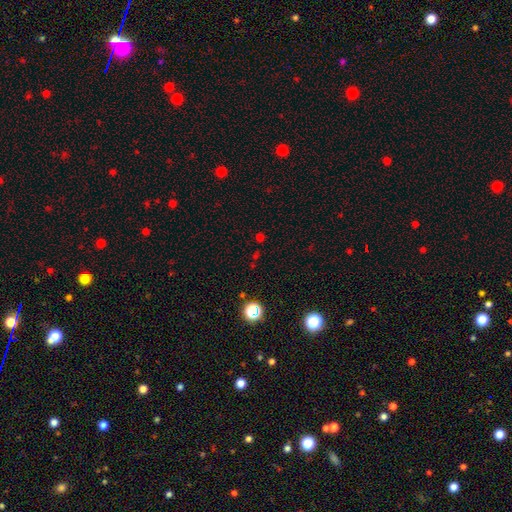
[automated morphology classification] Smooth or featured? star or artifact (55%)